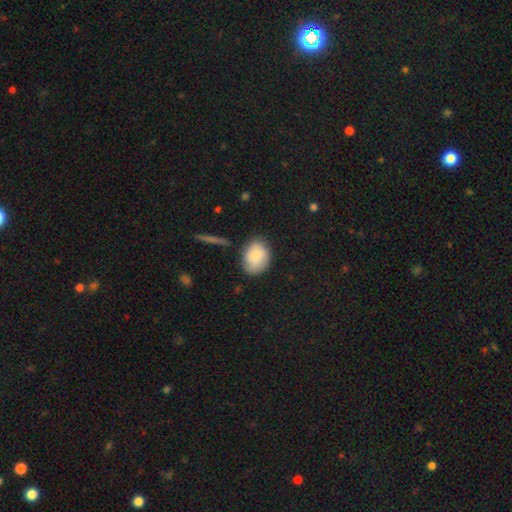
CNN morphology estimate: The model was most divided on "how rounded": in between: 62%, round: 37%, cigar-shaped: 1%. More confident: smooth or featured — smooth (80%); merging — none (72%).